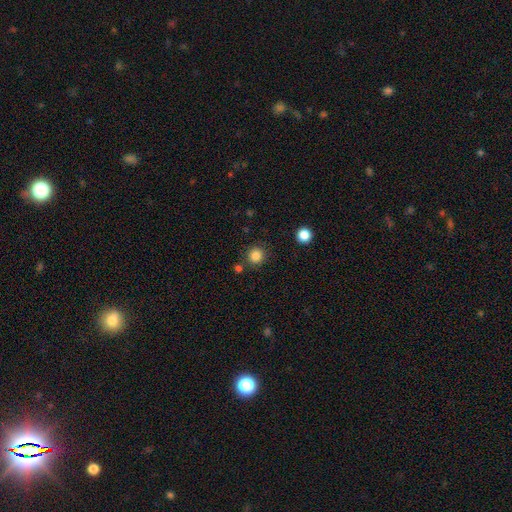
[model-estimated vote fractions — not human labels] Smooth or featured? Predicted: smooth (p=0.85). How rounded? Predicted: round (p=0.93). Merging? Predicted: none (p=0.85).